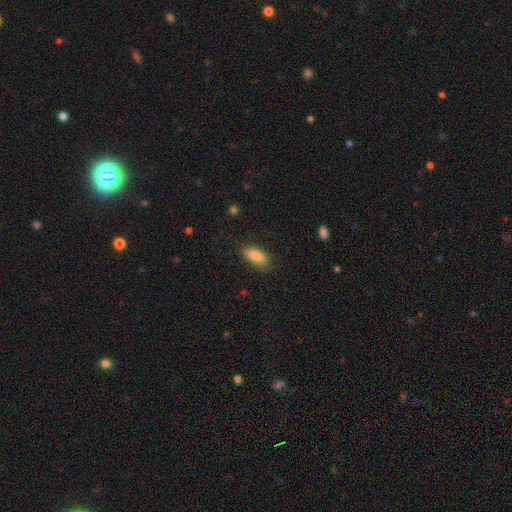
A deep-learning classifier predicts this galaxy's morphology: smooth-or-featured: smooth: 85% | featured or disk: 8% | star or artifact: 7%
  how-rounded: in between: 83% | cigar-shaped: 14% | round: 3%
  merging: none: 80% | minor disturbance: 15% | major disturbance: 4% | merger: 1%